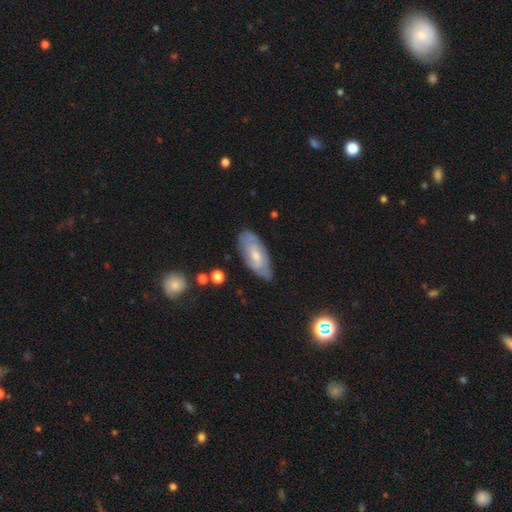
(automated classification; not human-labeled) smooth_or_featured: featured or disk (p=0.56) [alt: smooth p=0.37]
disk_edge_on: no (p=0.87) [alt: yes p=0.13]
merging: none (p=0.75) [alt: minor disturbance p=0.20]